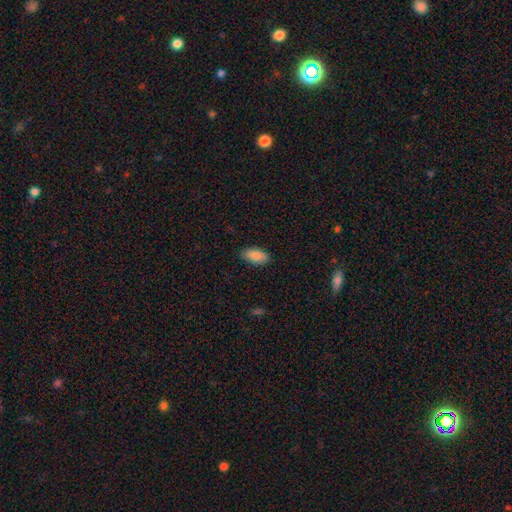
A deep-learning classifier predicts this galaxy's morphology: smooth-or-featured: smooth: 87% | featured or disk: 7% | star or artifact: 6%
  how-rounded: in between: 93% | cigar-shaped: 5% | round: 2%
  merging: none: 88% | minor disturbance: 9% | major disturbance: 2% | merger: 1%